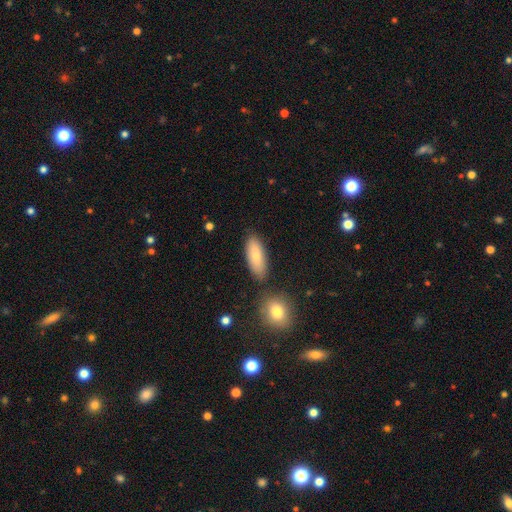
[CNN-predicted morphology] A smooth galaxy with no disk features (80%) that is in between round and cigar-shaped (78%). Merging: none (76%).